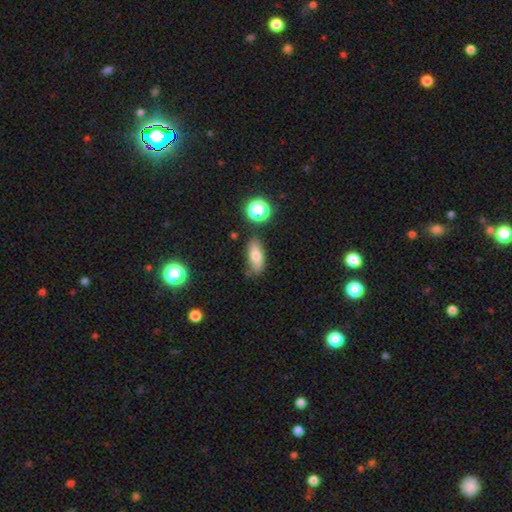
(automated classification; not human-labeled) A smooth galaxy with no disk features (75%) that is in between round and cigar-shaped (71%). Merging: none (75%).